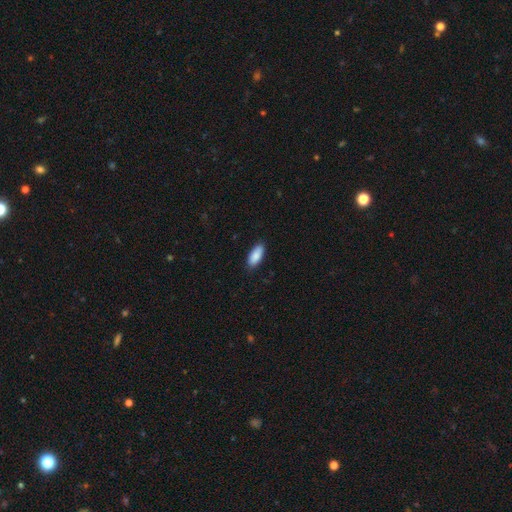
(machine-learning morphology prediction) Q: Smooth or featured?
A: smooth (89%); runner-up: star or artifact (6%)
Q: How rounded?
A: in between (84%); runner-up: cigar-shaped (15%)
Q: Merging?
A: none (87%); runner-up: minor disturbance (10%)